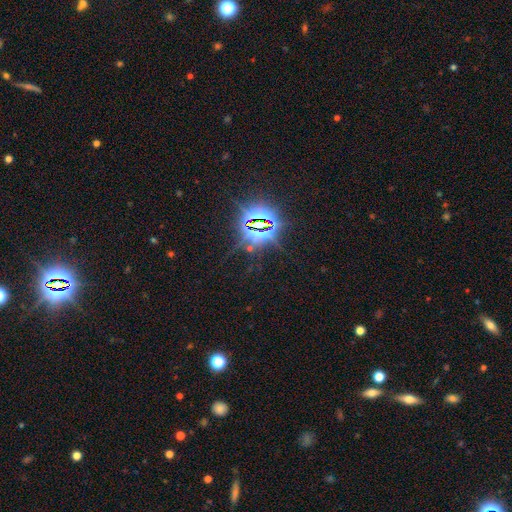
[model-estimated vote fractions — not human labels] The model was most divided on "smooth or featured": star or artifact: 83%, smooth: 9%, featured or disk: 7%.